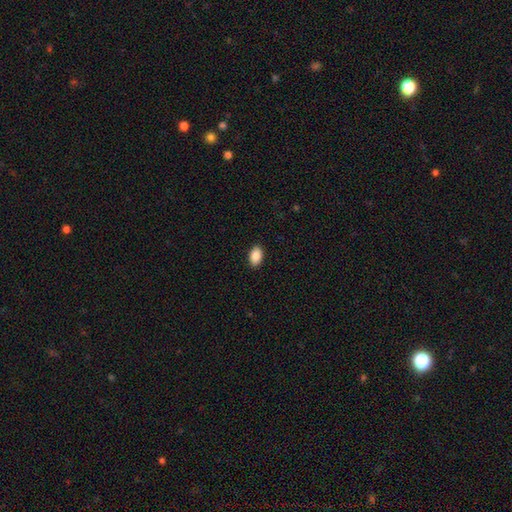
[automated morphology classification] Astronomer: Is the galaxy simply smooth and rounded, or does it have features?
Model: smooth — 89%.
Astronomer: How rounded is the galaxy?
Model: in between — 92%.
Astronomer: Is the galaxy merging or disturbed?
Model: none — 90%.